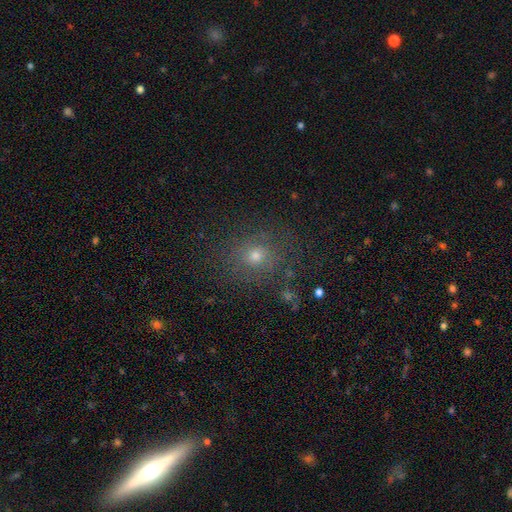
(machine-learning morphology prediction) Q: Smooth or featured?
A: smooth (66%); runner-up: star or artifact (21%)
Q: How rounded?
A: round (83%); runner-up: in between (16%)
Q: Merging?
A: none (79%); runner-up: minor disturbance (12%)